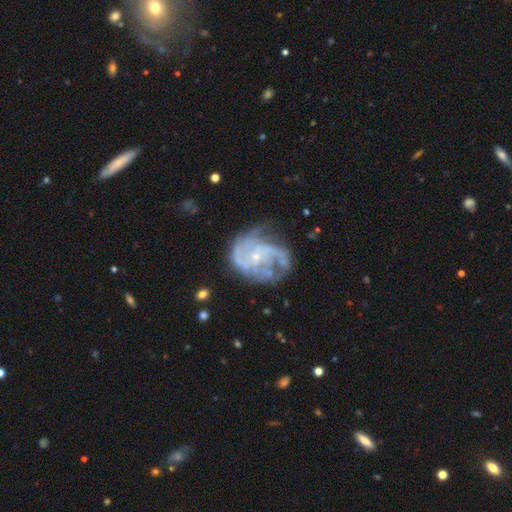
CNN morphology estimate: This appears to be a featured or disk galaxy (84%) with no bar (71%), 2 (30%) medium (46%) spiral arms (90%) and a small central bulge (80%). Merging: none (51%).